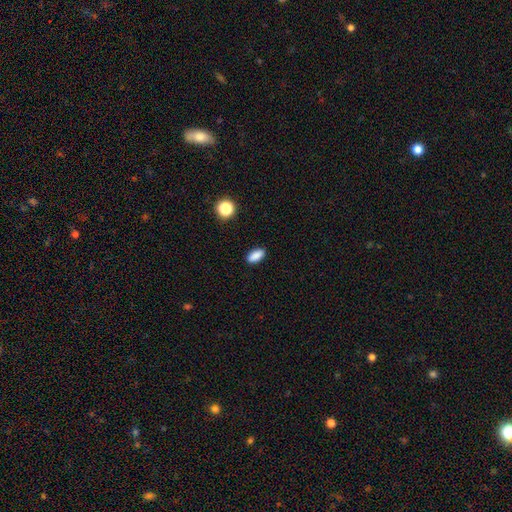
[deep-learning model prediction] The model was most divided on "how rounded": in between: 86%, cigar-shaped: 10%, round: 4%. More confident: merging — none (88%); smooth or featured — smooth (87%).